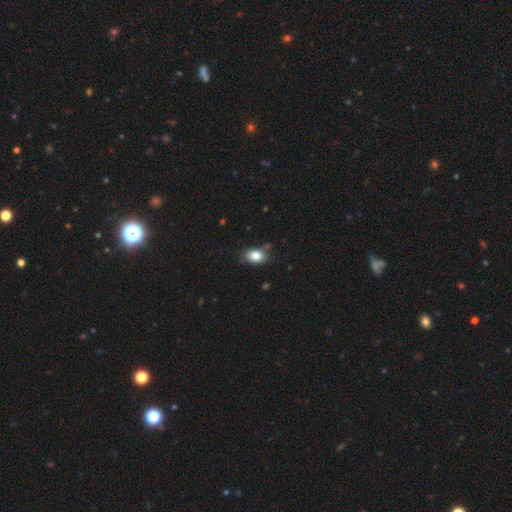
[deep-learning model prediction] smooth-or-featured: smooth: 84% | star or artifact: 9% | featured or disk: 7%
  how-rounded: in between: 80% | round: 19% | cigar-shaped: 1%
  merging: none: 76% | minor disturbance: 17% | merger: 4% | major disturbance: 3%